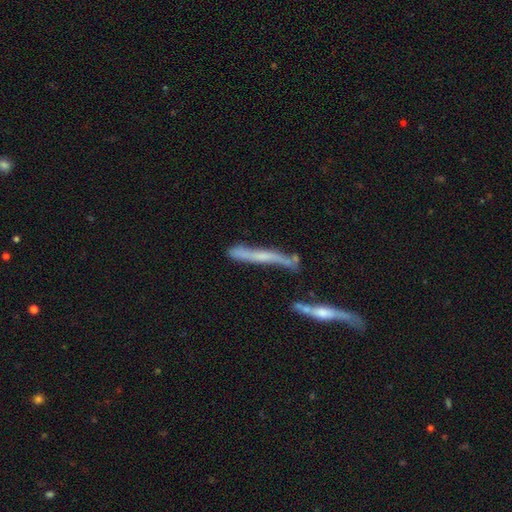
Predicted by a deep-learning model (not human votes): Smooth or featured? Predicted: featured or disk (p=0.59). Edge-on disk? Predicted: yes (p=0.79). Merging? Predicted: none (p=0.51).